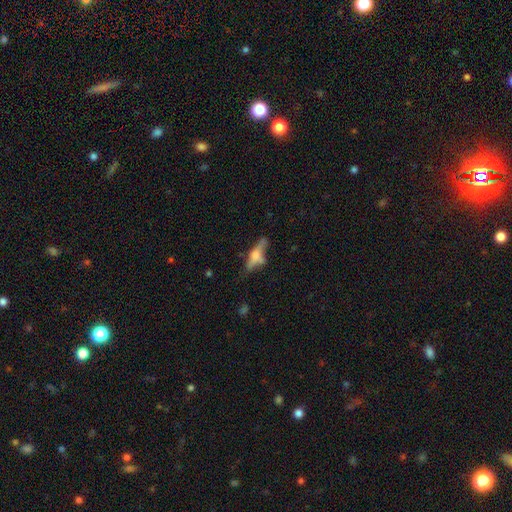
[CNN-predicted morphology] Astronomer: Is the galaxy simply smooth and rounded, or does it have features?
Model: featured or disk — 54% (runner-up: smooth, 38%).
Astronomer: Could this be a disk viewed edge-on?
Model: yes — 87%.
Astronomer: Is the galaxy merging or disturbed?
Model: none — 60%.